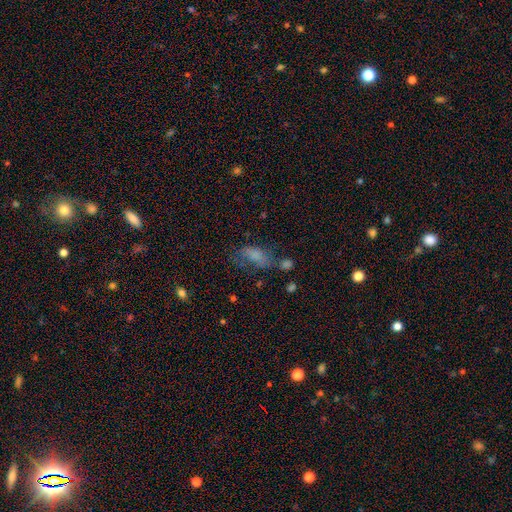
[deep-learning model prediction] Smooth or featured? Predicted: smooth (p=0.66). How rounded? Predicted: in between (p=0.84). Merging? Predicted: none (p=0.38).